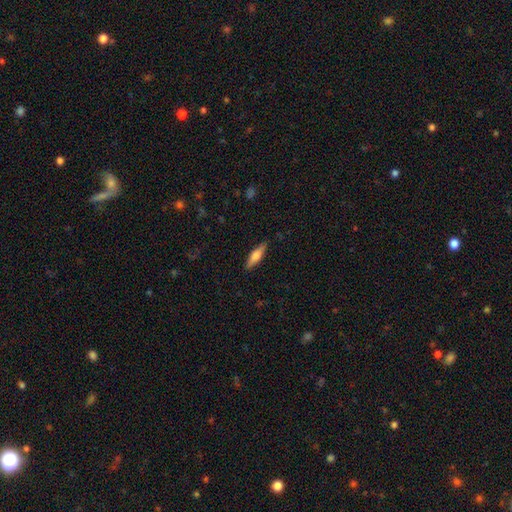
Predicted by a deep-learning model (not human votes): A smooth galaxy with no disk features (57%) that is cigar-shaped (65%).

Vote fractions:
- Smooth or featured? smooth: 57% / featured or disk: 37% / star or artifact: 6%
- How rounded? cigar-shaped: 65% / in between: 33% / round: 2%
- Merging? none: 88% / minor disturbance: 9% / major disturbance: 2% / merger: 1%